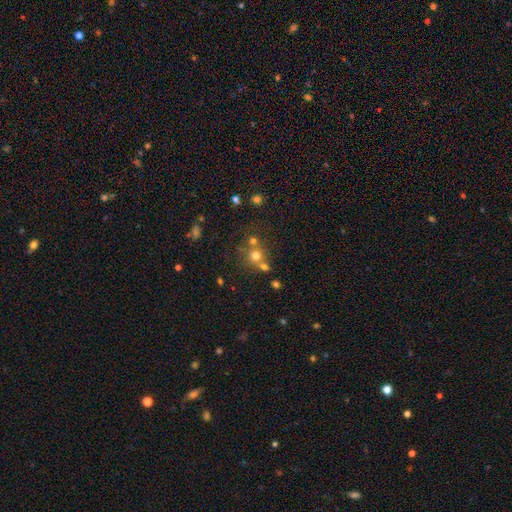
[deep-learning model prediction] Smooth or featured? Predicted: smooth (p=0.64). How rounded? Predicted: round (p=0.88). Merging? Predicted: none (p=0.56).